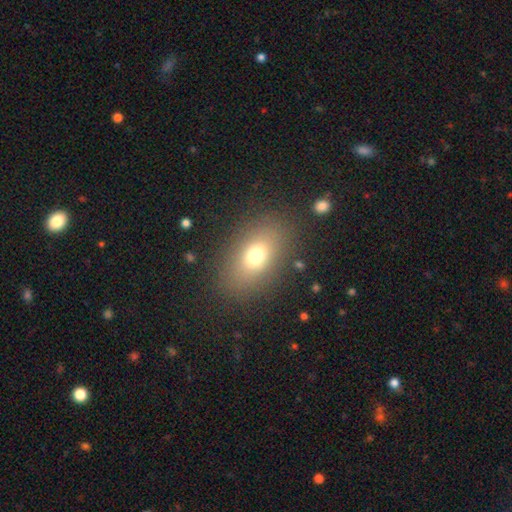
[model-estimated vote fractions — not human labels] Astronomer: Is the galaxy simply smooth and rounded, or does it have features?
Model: smooth — 71%.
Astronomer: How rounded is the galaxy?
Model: in between — 79%.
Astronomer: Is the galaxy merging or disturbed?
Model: none — 84%.